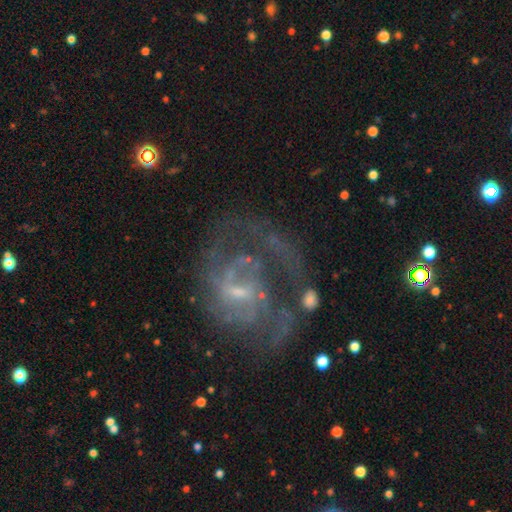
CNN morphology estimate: featured or disk 82%, star or artifact 11%, smooth 7%. Down the decision tree: edge-on disk — no (98%); bar — weak (52%); spiral arms — yes (89%); spiral arm count — 2 (38%); spiral winding — medium (45%); bulge size — small (65%); merging — none (49%).